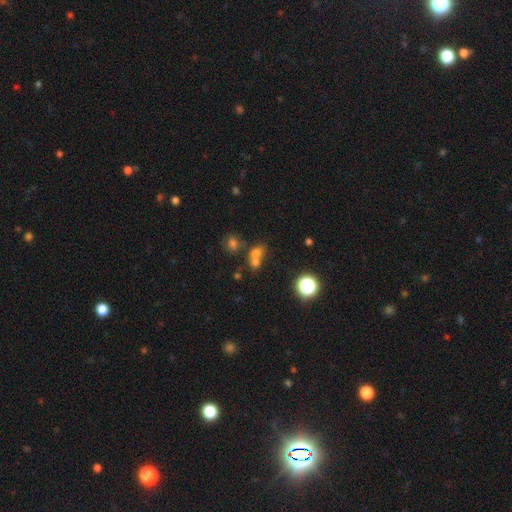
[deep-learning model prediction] smooth_or_featured: smooth (p=0.64) [alt: star or artifact p=0.23]
how_rounded: round (p=0.60) [alt: in between p=0.38]
merging: merger (p=0.56) [alt: none p=0.33]